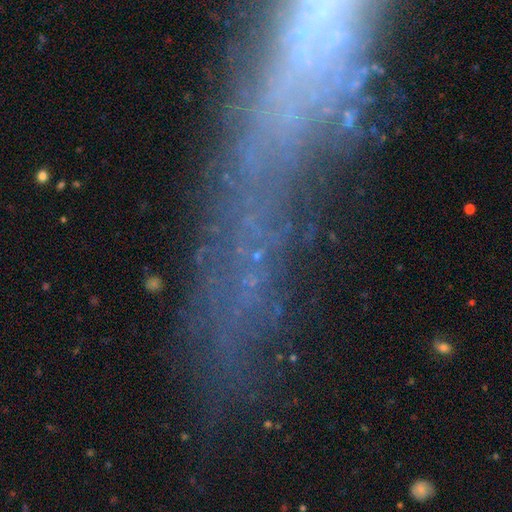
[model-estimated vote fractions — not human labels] Smooth or featured: featured or disk — 41% (star or artifact — 34%)
Merging: none — 54% (minor disturbance — 19%)